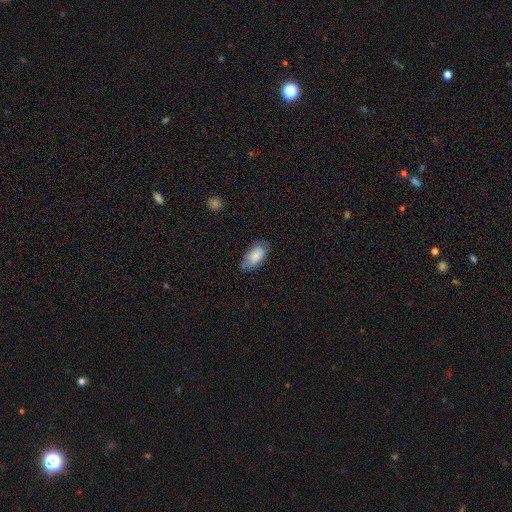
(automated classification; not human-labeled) smooth 79%, featured or disk 14%, star or artifact 7%. Down the decision tree: how rounded — in between (93%); merging — none (67%).